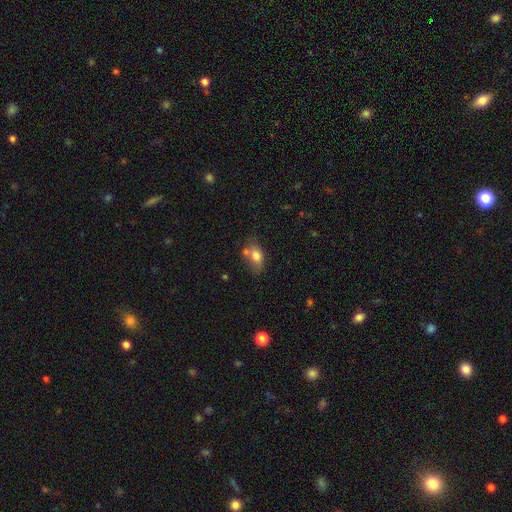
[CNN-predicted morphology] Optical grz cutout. It shows a smooth galaxy with no disk features (75%) that is in between round and cigar-shaped (78%). Merging: none (50%).